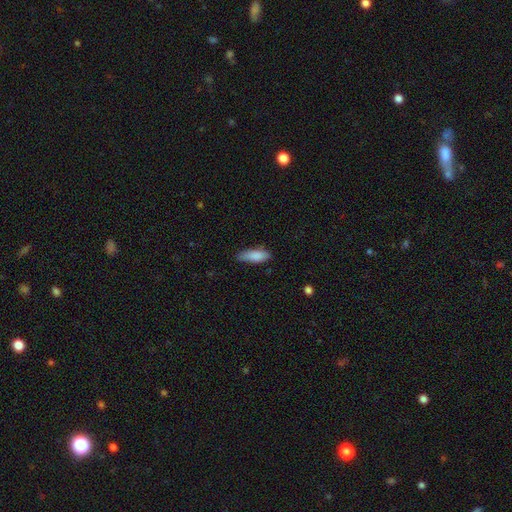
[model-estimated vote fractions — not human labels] The model was most divided on "how rounded": in between: 61%, cigar-shaped: 37%, round: 2%. More confident: smooth or featured — smooth (87%); merging — none (71%).